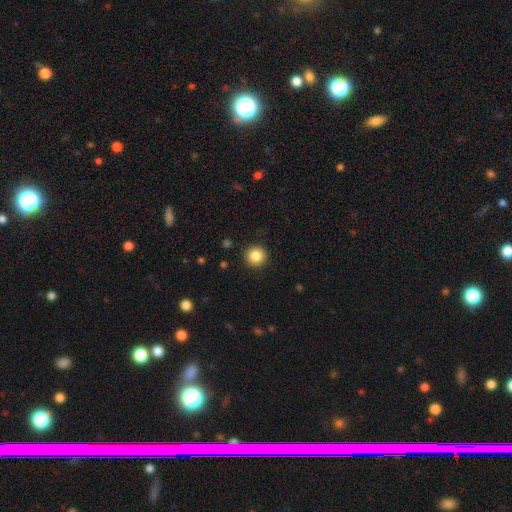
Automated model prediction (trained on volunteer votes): This is clearly a smooth galaxy (85%). How rounded: clearly round (95%). Merging: clearly none (92%).